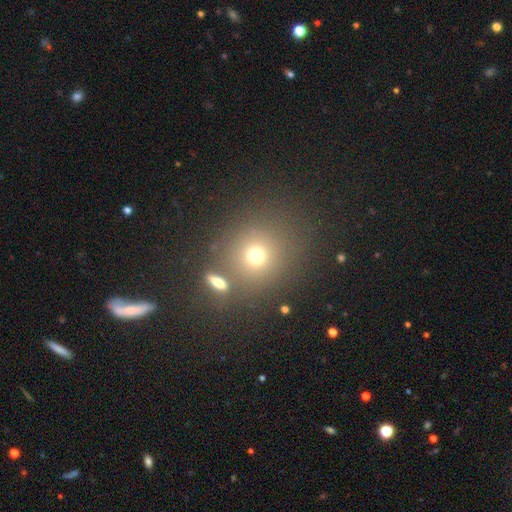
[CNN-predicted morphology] This appears to be a smooth galaxy with no disk features (70%) that is round (84%). Merging: none (69%).